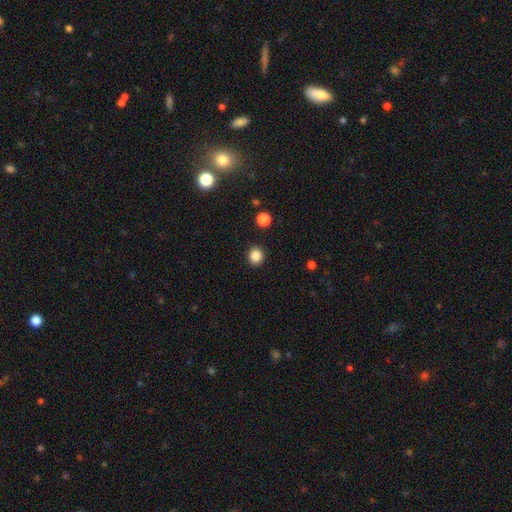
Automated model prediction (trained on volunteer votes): Smooth or featured? smooth (85%)
How rounded? round (86%)
Merging? none (91%)